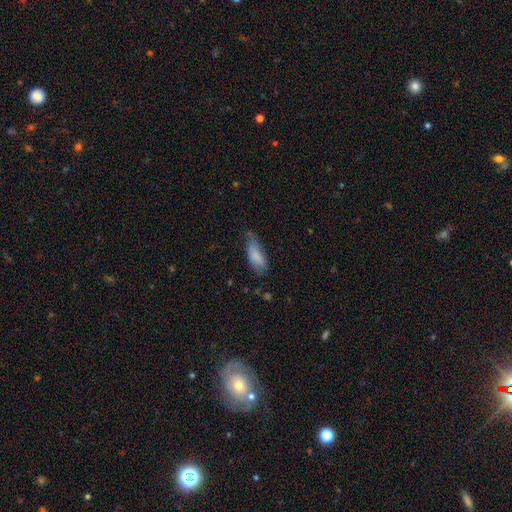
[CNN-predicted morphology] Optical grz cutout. It shows a smooth galaxy with no disk features (80%) that is in between round and cigar-shaped (72%). Merging: none (47%).